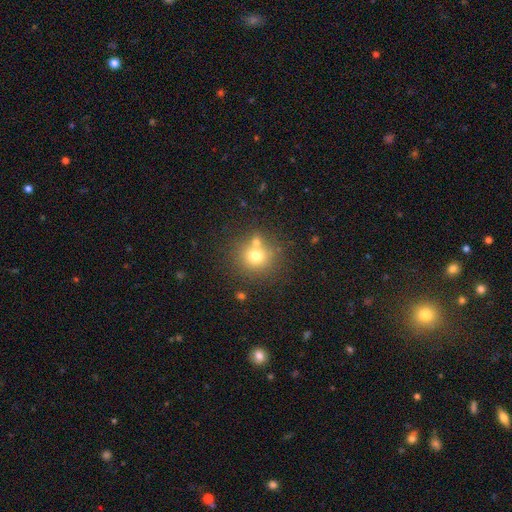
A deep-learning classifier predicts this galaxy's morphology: Smooth or featured?
  - smooth: 72% *
  - star or artifact: 15%
  - featured or disk: 13%
How rounded?
  - round: 89% *
  - in between: 10%
  - cigar-shaped: 1%
Merging?
  - none: 64% *
  - merger: 22%
  - minor disturbance: 9%
  - major disturbance: 4%